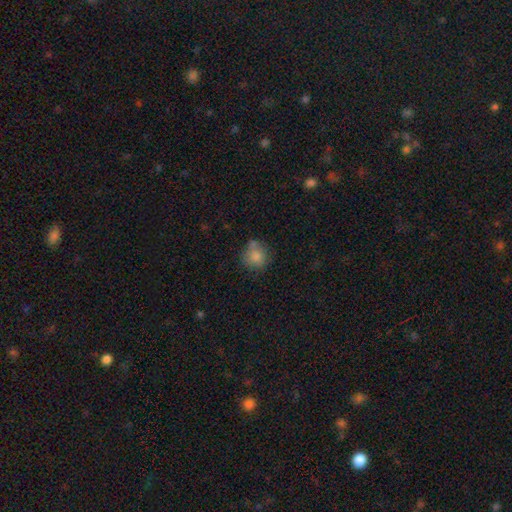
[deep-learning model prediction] Smooth or featured? smooth (82%)
How rounded? round (86%)
Merging? none (64%)